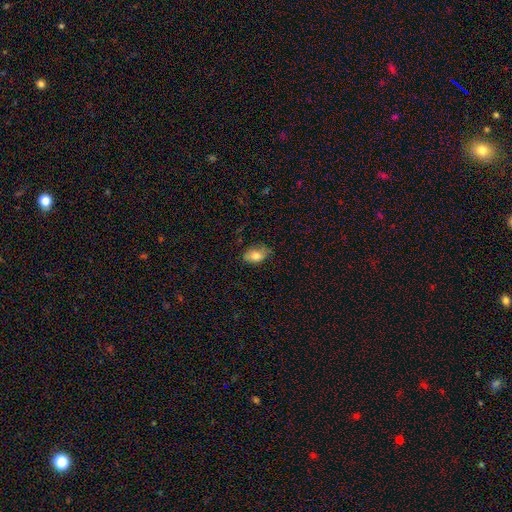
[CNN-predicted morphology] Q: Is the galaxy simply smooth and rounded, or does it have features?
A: smooth — 77%.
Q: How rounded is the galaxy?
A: in between — 87%.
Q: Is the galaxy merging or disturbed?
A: none — 67%.